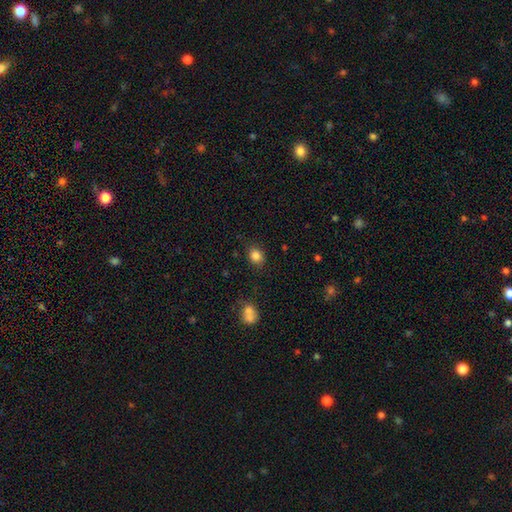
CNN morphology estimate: Q: Smooth or featured?
A: smooth (84%); runner-up: star or artifact (11%)
Q: How rounded?
A: round (58%); runner-up: in between (41%)
Q: Merging?
A: none (83%); runner-up: minor disturbance (11%)